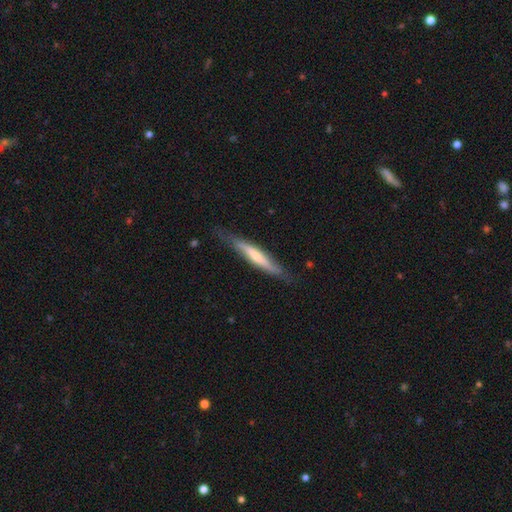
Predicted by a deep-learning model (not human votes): Smooth or featured? featured or disk (58%)
Edge-on disk? yes (88%)
Edge-on bulge? rounded (46%)
Merging? none (78%)